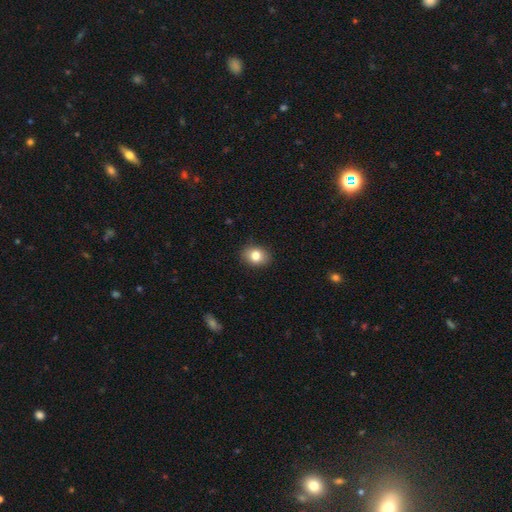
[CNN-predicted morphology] Smooth or featured: smooth — 82% (star or artifact — 9%)
How rounded: in between — 57% (round — 42%)
Merging: none — 88% (minor disturbance — 9%)